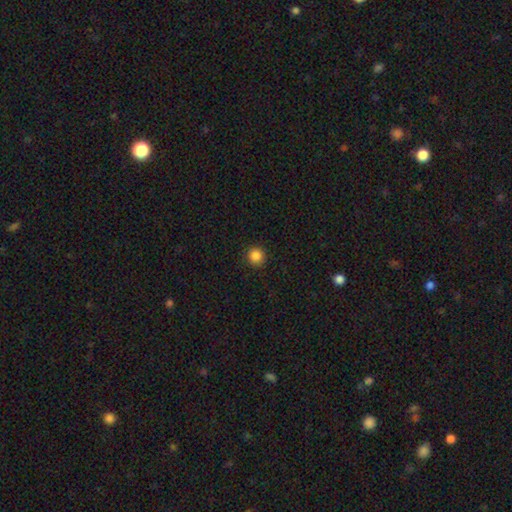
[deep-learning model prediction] Smooth or featured: smooth — 86% (star or artifact — 11%)
How rounded: round — 94% (in between — 5%)
Merging: none — 91% (minor disturbance — 6%)